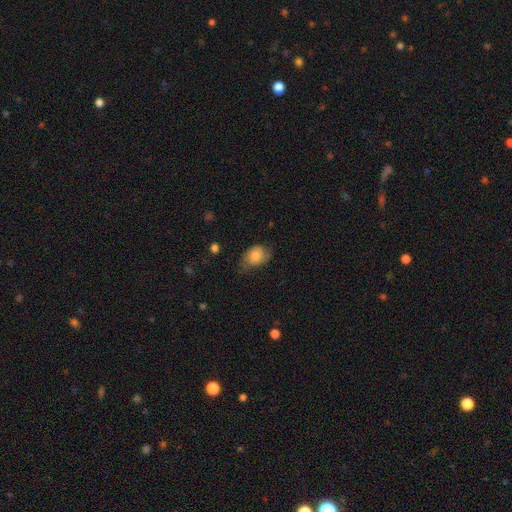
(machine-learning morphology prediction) Smooth or featured? smooth (71%)
How rounded? in between (67%)
Merging? none (50%)